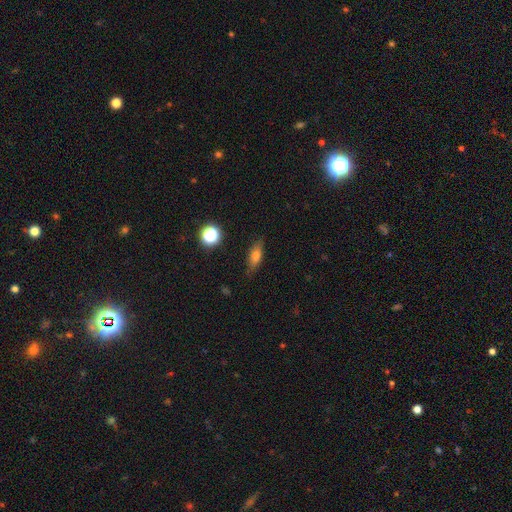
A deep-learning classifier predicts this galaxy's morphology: This appears to be a smooth galaxy with no disk features (66%) that is in between round and cigar-shaped (60%). Merging: none (81%).